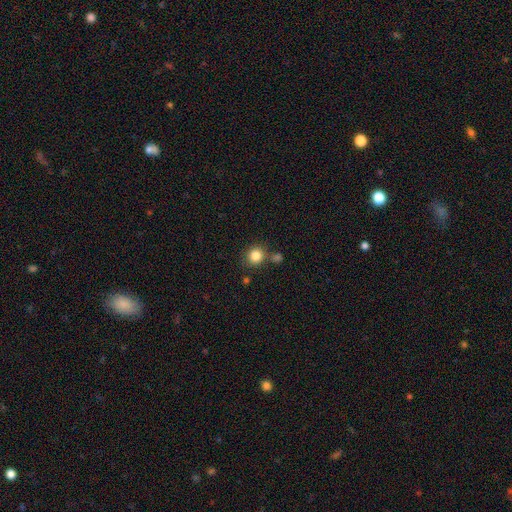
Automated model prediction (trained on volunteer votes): Smooth or featured: smooth — 84% (star or artifact — 11%)
How rounded: round — 87% (in between — 12%)
Merging: none — 73% (merger — 13%)